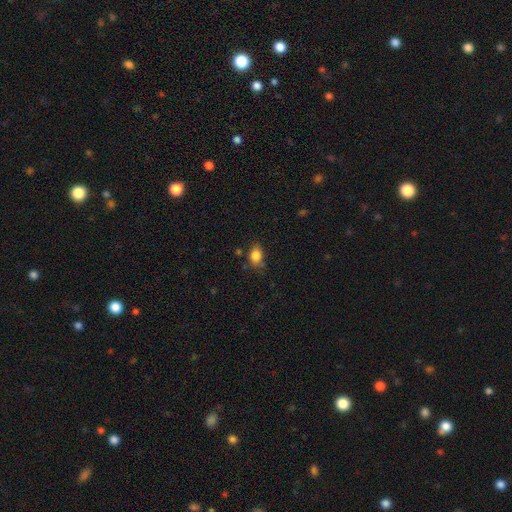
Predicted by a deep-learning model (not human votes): Smooth or featured? Predicted: smooth (p=0.83). How rounded? Predicted: in between (p=0.64). Merging? Predicted: none (p=0.65).